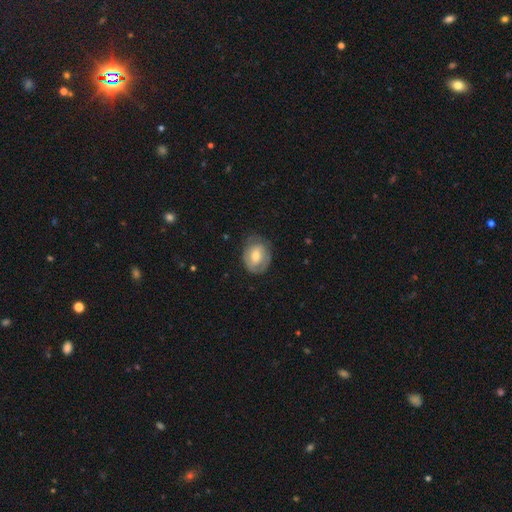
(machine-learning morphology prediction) Overall: smooth (49%; featured or disk 45%). Merging: none (67%).